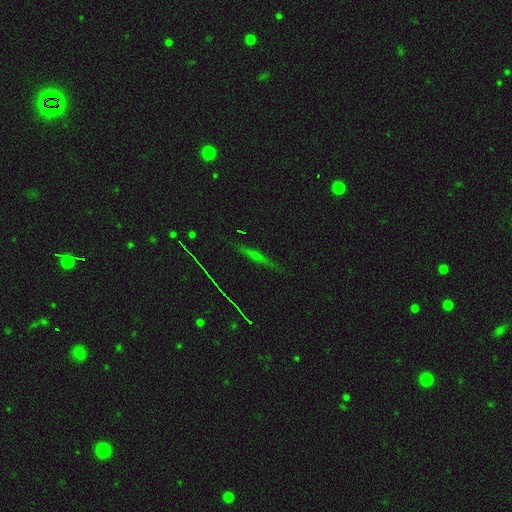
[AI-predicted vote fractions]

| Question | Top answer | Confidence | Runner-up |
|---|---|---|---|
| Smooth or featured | featured or disk | 48% | star or artifact (30%) |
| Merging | none | 87% | minor disturbance (9%) |